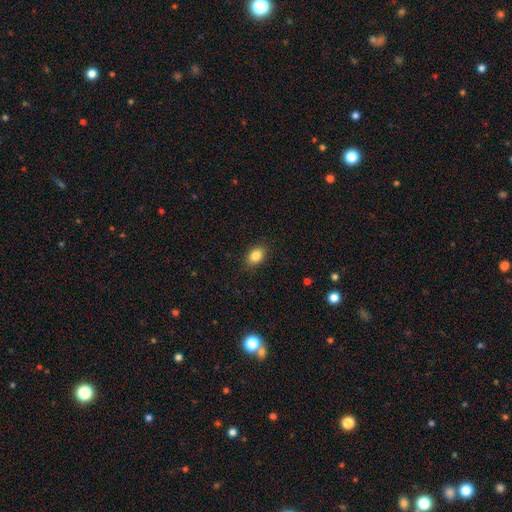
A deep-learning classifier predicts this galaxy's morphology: smooth 85%, star or artifact 9%, featured or disk 6%. Down the decision tree: how rounded — in between (76%); merging — none (87%).